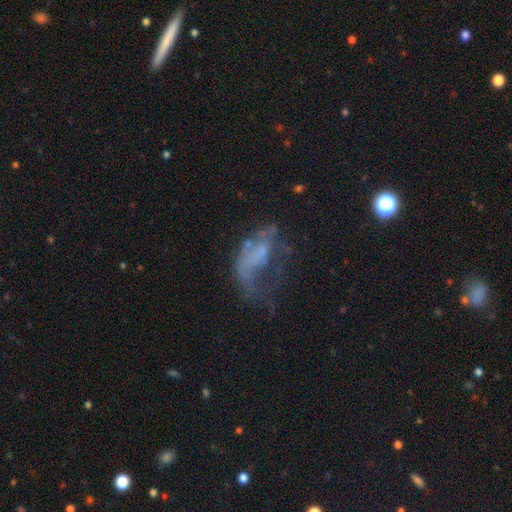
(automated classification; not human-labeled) Smooth or featured?
  - featured or disk: 55% *
  - smooth: 30%
  - star or artifact: 15%
Edge-on disk?
  - no: 96% *
  - yes: 4%
Bar?
  - no: 82% *
  - weak: 14%
  - strong: 4%
Spiral arms?
  - no: 74% *
  - yes: 26%
Bulge size?
  - none: 55% *
  - small: 30%
  - moderate: 11%
  - large: 2%
  - dominant: 1%
Merging?
  - major disturbance: 53% *
  - none: 24%
  - minor disturbance: 16%
  - merger: 8%